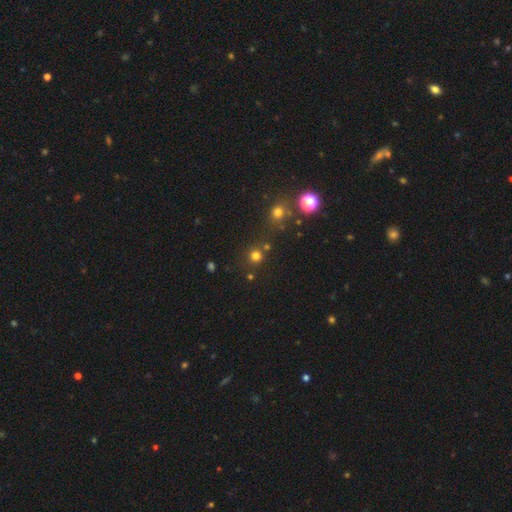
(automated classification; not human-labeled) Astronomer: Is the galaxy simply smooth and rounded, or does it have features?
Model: smooth — 72%.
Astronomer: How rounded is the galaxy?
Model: round — 93%.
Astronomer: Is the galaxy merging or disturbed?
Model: none — 79%.